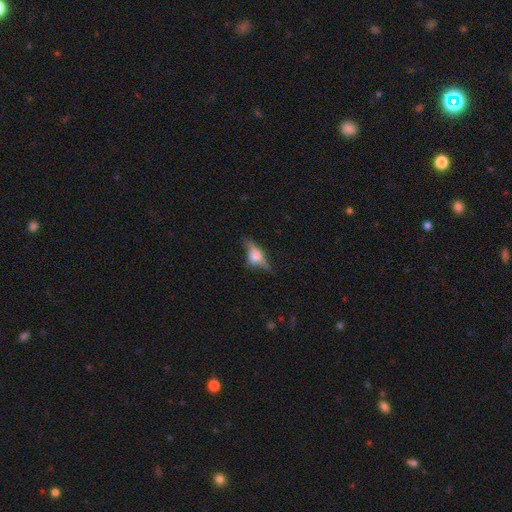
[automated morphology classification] Q: Smooth or featured?
A: featured or disk (58%); runner-up: smooth (32%)
Q: Edge-on disk?
A: yes (89%); runner-up: no (11%)
Q: Edge-on bulge?
A: rounded (89%); runner-up: boxy (9%)
Q: Merging?
A: none (62%); runner-up: minor disturbance (23%)